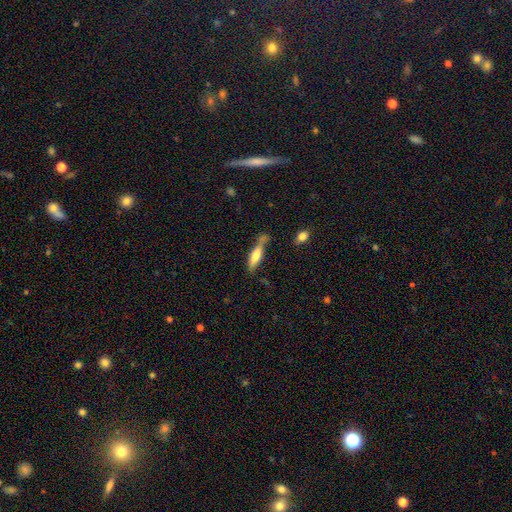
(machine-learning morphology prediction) type=smooth (69%); roundness=cigar-shaped (63%); merging=none (51%).